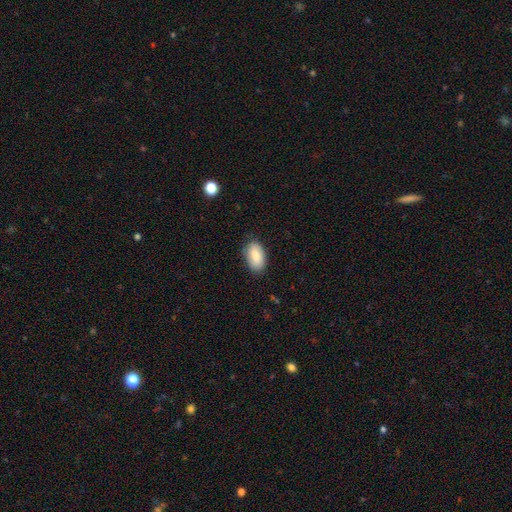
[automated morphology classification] A smooth galaxy with no disk features (85%) that is in between round and cigar-shaped (94%). Merging: none (82%).